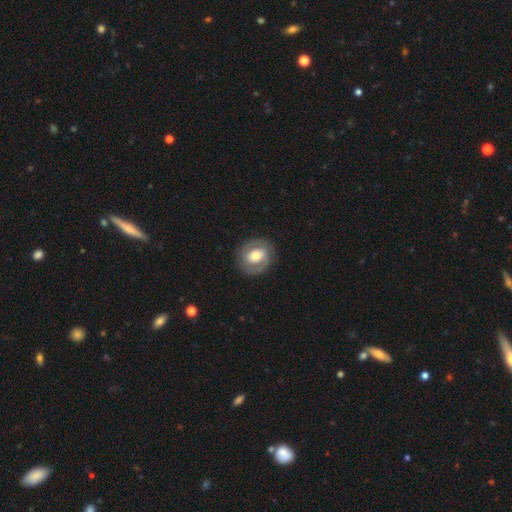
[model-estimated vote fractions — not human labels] The model was most divided on "spiral arms": yes: 52%, no: 48%. Remaining: edge-on disk — no (96%); merging — none (84%); bulge size — moderate (66%); smooth or featured — featured or disk (53%); bar — no (49%).